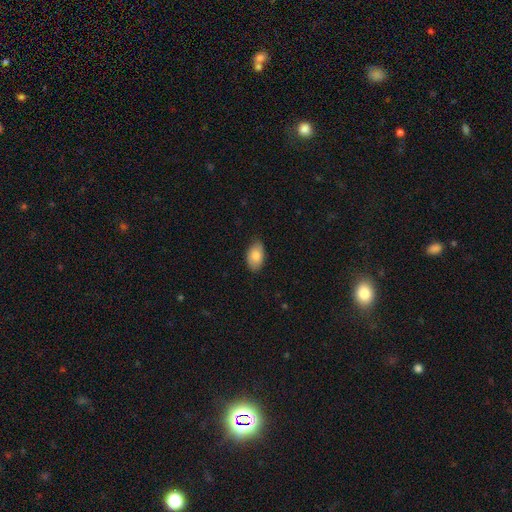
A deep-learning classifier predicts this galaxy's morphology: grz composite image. It shows a smooth galaxy with no disk features (82%) that is in between round and cigar-shaped (93%). Merging: none (83%).